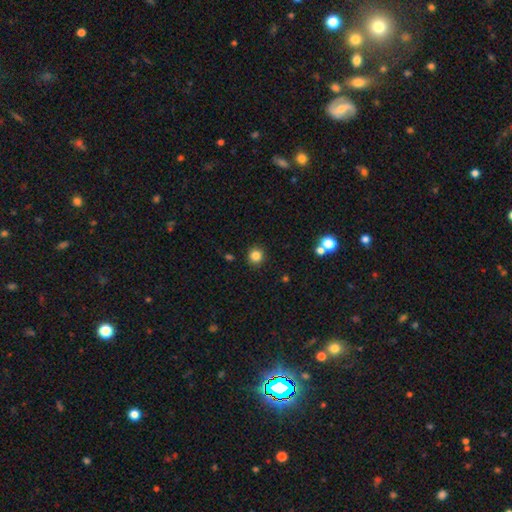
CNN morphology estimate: Q: Smooth or featured?
A: smooth (83%); runner-up: star or artifact (12%)
Q: How rounded?
A: round (93%); runner-up: in between (6%)
Q: Merging?
A: none (91%); runner-up: minor disturbance (5%)